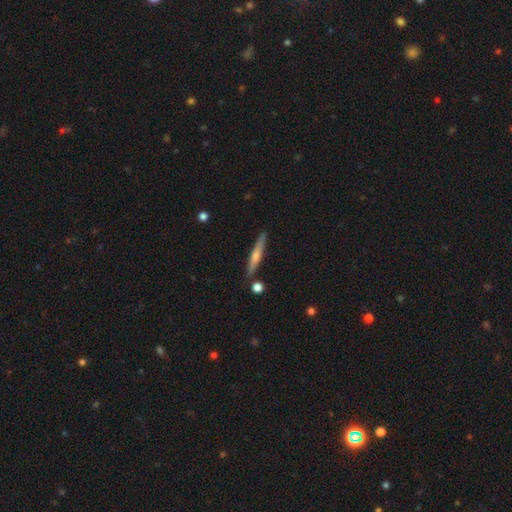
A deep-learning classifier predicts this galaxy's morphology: Smooth or featured? featured or disk (59%)
Edge-on disk? yes (96%)
Edge-on bulge? rounded (73%)
Merging? none (88%)